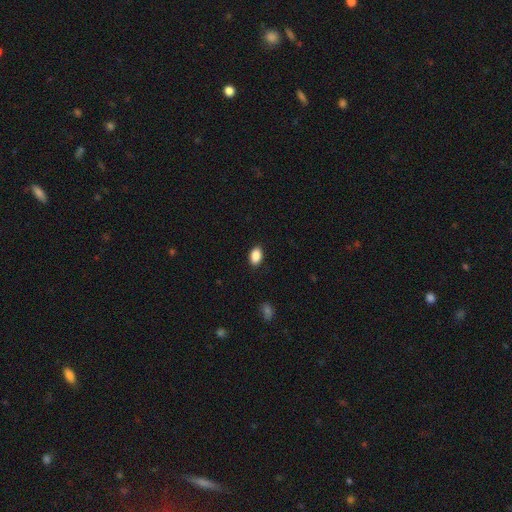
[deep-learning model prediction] Morphology: type=smooth (89%); roundness=in between (90%); merging=none (88%).